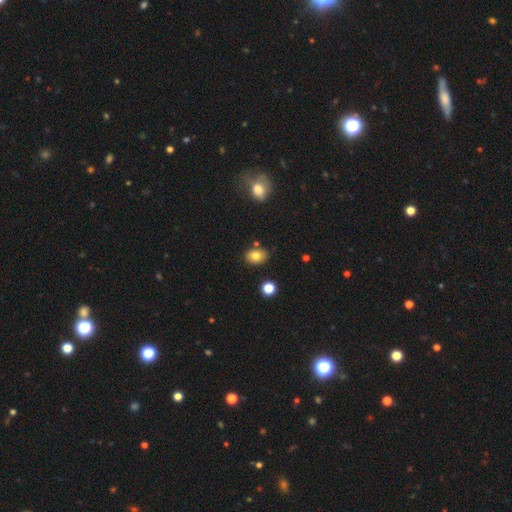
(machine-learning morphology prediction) Overall: smooth (80%). How rounded: in between (68%; round 31%). Merging: none (79%).